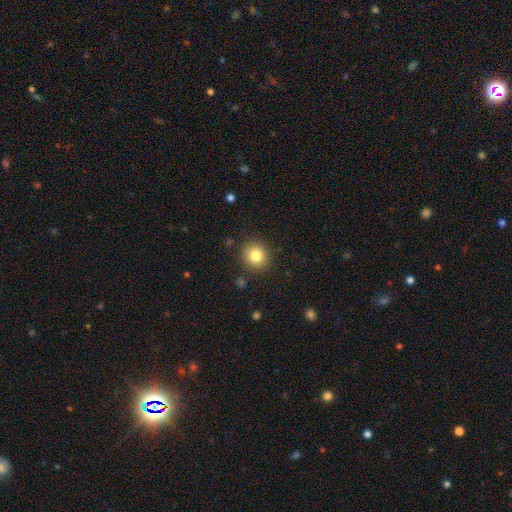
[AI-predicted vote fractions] smooth_or_featured: smooth (p=0.82) [alt: star or artifact p=0.11]
how_rounded: round (p=0.87) [alt: in between p=0.12]
merging: none (p=0.88) [alt: minor disturbance p=0.08]